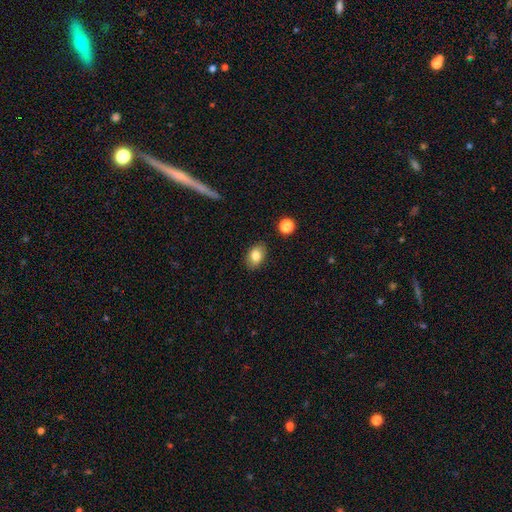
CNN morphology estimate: Smooth or featured? Predicted: smooth (p=0.81). How rounded? Predicted: in between (p=0.80). Merging? Predicted: none (p=0.86).